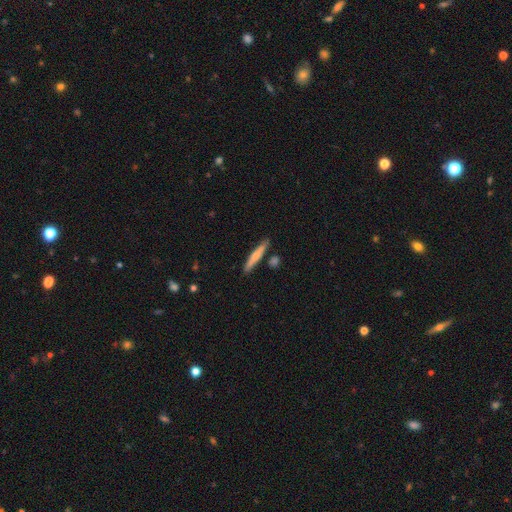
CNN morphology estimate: smooth_or_featured: smooth (p=0.63) [alt: featured or disk p=0.31]
how_rounded: cigar-shaped (p=0.93) [alt: in between p=0.05]
merging: none (p=0.82) [alt: minor disturbance p=0.11]